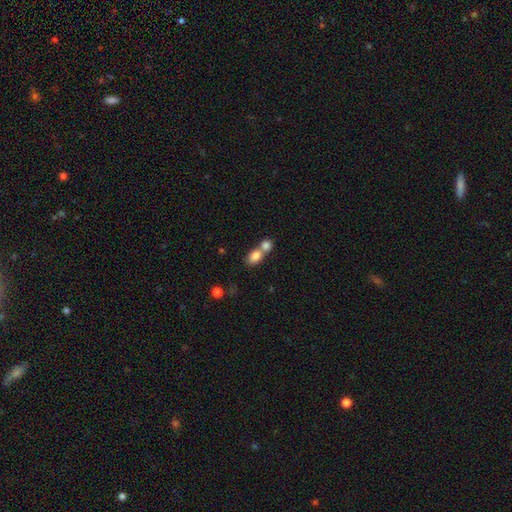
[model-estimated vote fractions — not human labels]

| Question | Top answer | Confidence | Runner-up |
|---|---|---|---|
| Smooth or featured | smooth | 81% | featured or disk (11%) |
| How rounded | in between | 72% | round (25%) |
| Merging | merger | 63% | none (28%) |